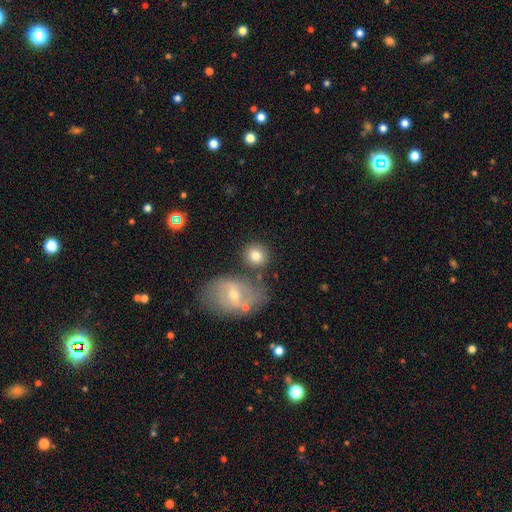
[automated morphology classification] smooth 77%, featured or disk 15%, star or artifact 8%. Down the decision tree: how rounded — round (82%); merging — none (71%).